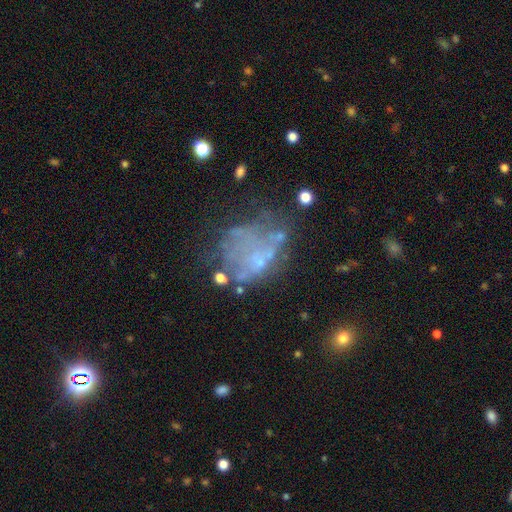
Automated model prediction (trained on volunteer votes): smooth-or-featured: featured or disk: 55% | smooth: 26% | star or artifact: 19%
  disk-edge-on: no: 98% | yes: 2%
    bar: no: 93% | weak: 6% | strong: 2%
    has-spiral-arms: no: 91% | yes: 9%
    bulge-size: none: 63% | small: 27% | moderate: 7% | large: 1% | dominant: 1%
  merging: none: 39% | major disturbance: 29% | minor disturbance: 21% | merger: 11%